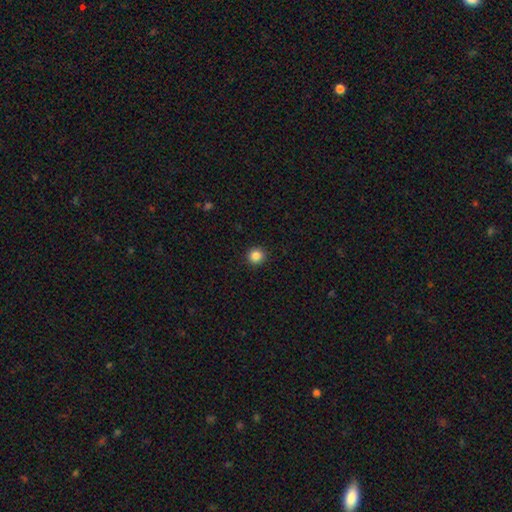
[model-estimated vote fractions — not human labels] Smooth or featured: smooth — 86% (star or artifact — 11%)
How rounded: round — 95% (in between — 4%)
Merging: none — 92% (minor disturbance — 5%)